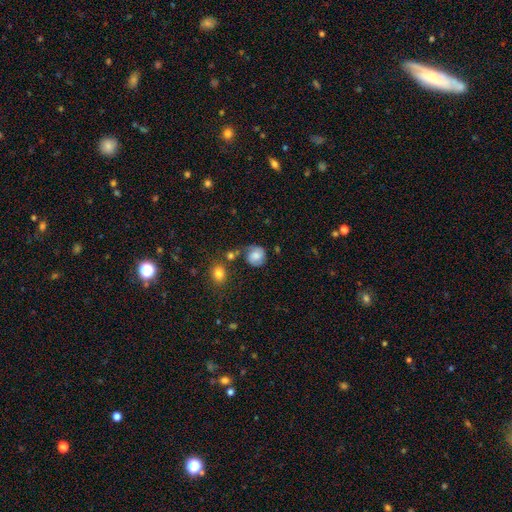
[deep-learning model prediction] This appears to be a smooth galaxy with no disk features (55%) that is round (79%). Merging: none (54%).